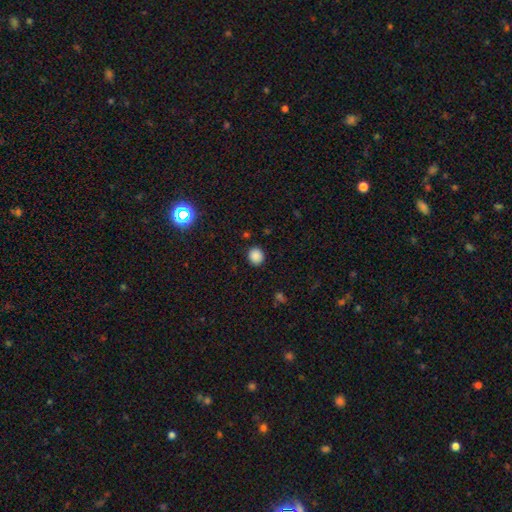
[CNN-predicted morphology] A smooth galaxy with no disk features (86%) that is round (88%).

Vote fractions:
- Smooth or featured? smooth: 86% / star or artifact: 11% / featured or disk: 3%
- How rounded? round: 88% / in between: 11% / cigar-shaped: 1%
- Merging? none: 90% / minor disturbance: 7% / major disturbance: 2% / merger: 1%